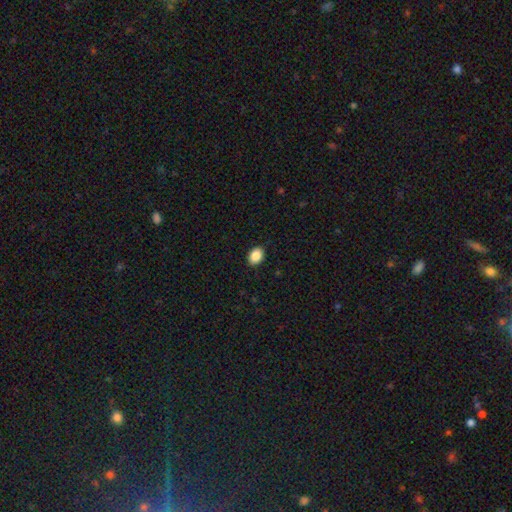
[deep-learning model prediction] This is clearly a smooth galaxy (88%). How rounded: likely in between (73%). Merging: clearly none (89%).